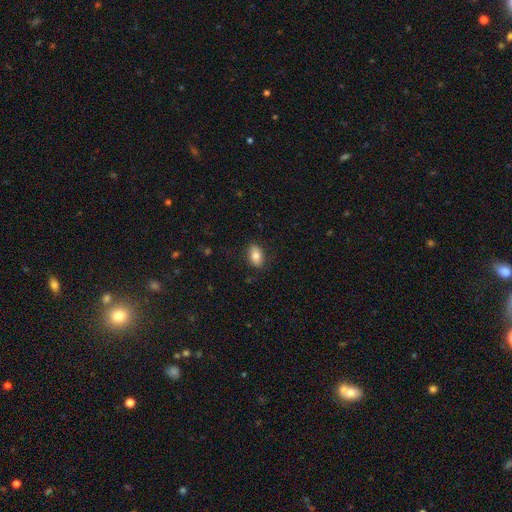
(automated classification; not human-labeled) smooth 79%, featured or disk 13%, star or artifact 8%. Down the decision tree: how rounded — in between (87%); merging — none (84%).